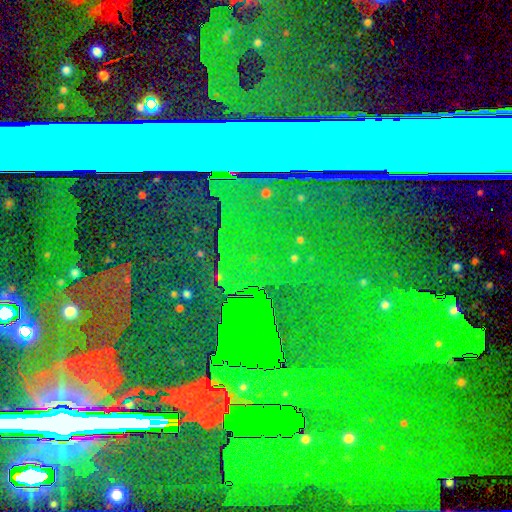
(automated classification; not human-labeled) smooth-or-featured: star or artifact: 81% | featured or disk: 10% | smooth: 9%